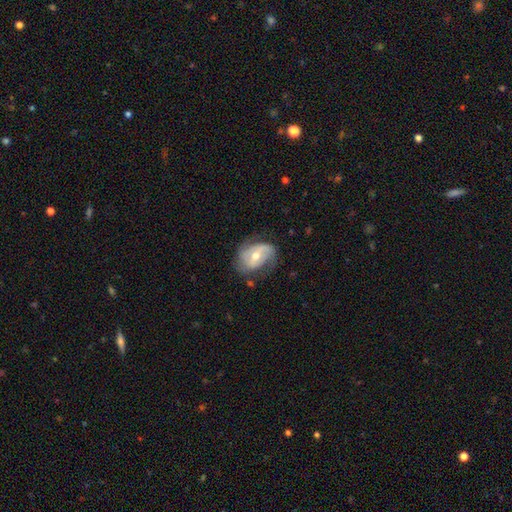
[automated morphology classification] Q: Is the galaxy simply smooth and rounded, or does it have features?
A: featured or disk — 67%.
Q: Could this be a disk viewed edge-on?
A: no — 96%.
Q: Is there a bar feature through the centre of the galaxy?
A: weak — 43%.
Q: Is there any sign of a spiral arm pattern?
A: yes — 80%.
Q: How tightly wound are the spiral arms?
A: medium — 40%.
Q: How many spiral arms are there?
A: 2 — 61%.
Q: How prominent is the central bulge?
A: moderate — 67%.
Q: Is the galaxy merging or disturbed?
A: none — 56%.